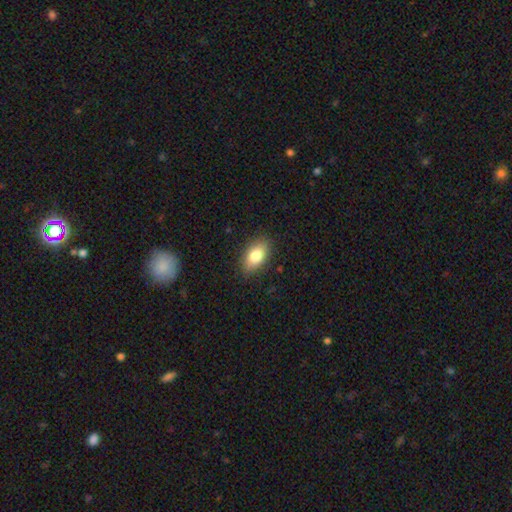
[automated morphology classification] Overall: smooth (81%). How rounded: in between (90%). Merging: none (86%).